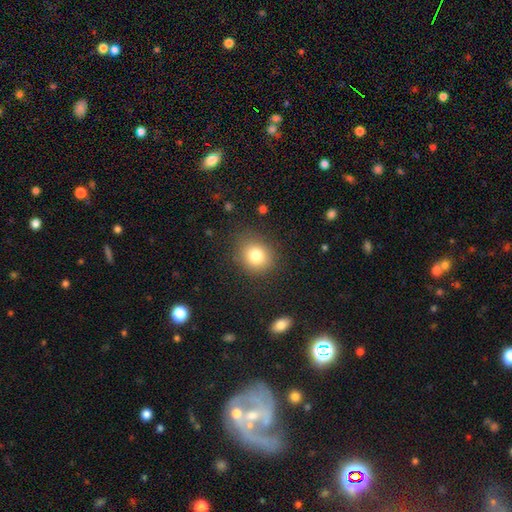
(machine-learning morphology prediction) Smooth or featured: smooth — 81% (star or artifact — 11%)
How rounded: round — 71% (in between — 28%)
Merging: none — 84% (minor disturbance — 10%)